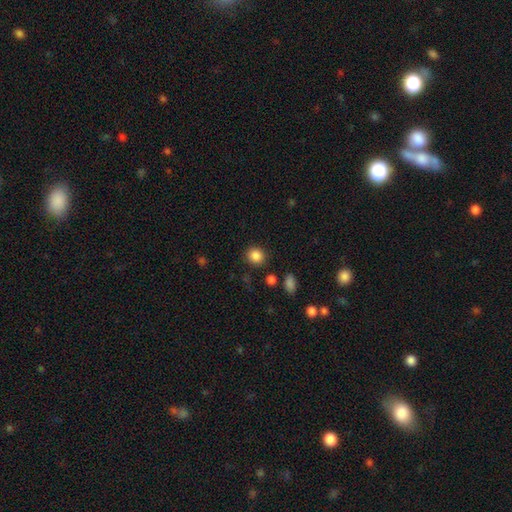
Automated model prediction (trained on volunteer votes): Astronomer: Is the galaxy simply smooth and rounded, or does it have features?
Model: smooth — 87%.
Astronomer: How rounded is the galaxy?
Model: round — 82%.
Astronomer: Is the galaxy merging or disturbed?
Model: none — 87%.